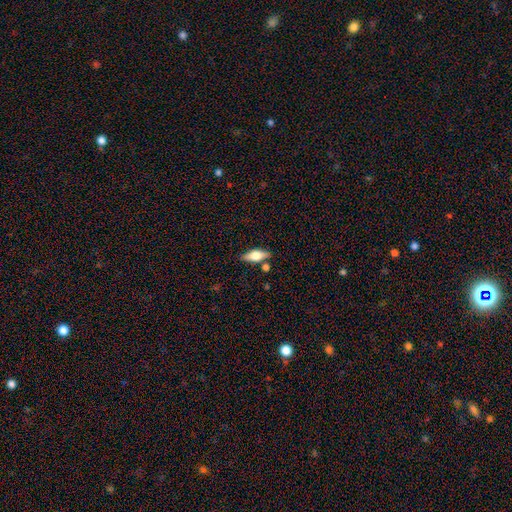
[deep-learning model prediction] Q: Smooth or featured?
A: smooth (57%); runner-up: featured or disk (36%)
Q: How rounded?
A: in between (69%); runner-up: cigar-shaped (27%)
Q: Merging?
A: none (77%); runner-up: minor disturbance (13%)